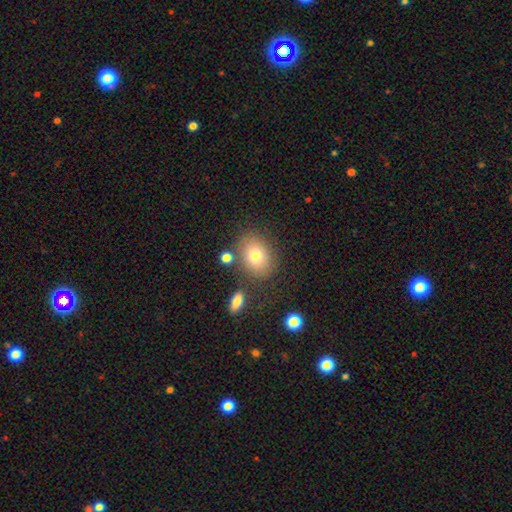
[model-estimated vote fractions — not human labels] Smooth or featured? smooth (76%)
How rounded? in between (62%)
Merging? none (76%)